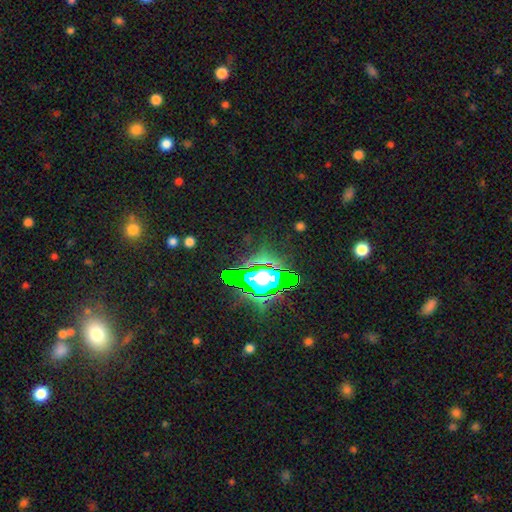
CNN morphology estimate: type=star or artifact (80%).